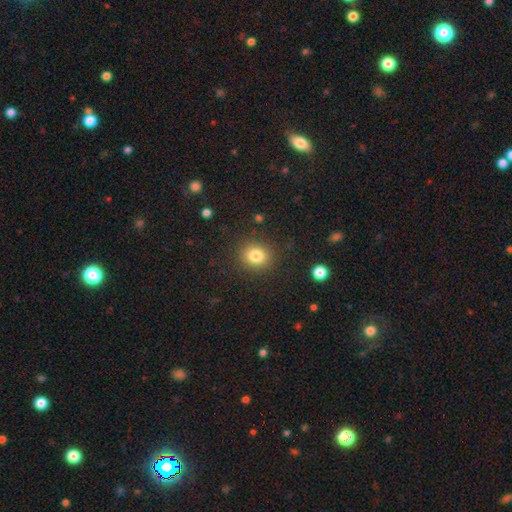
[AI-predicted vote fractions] This is clearly a smooth galaxy (82%). How rounded: likely round (70%). Merging: clearly none (87%).